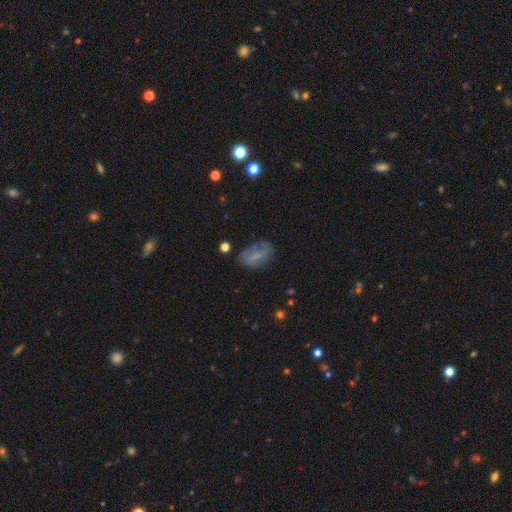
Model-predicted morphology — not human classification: Smooth or featured: smooth — 59% (featured or disk — 30%)
How rounded: in between — 85% (round — 8%)
Merging: none — 58% (minor disturbance — 25%)